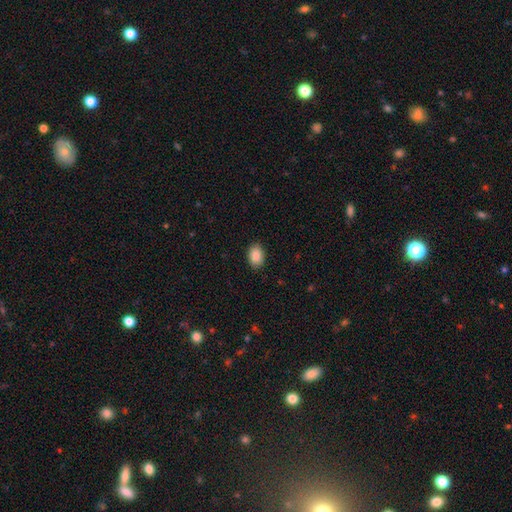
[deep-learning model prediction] This is clearly a smooth galaxy (89%). How rounded: clearly in between (83%). Merging: clearly none (89%).